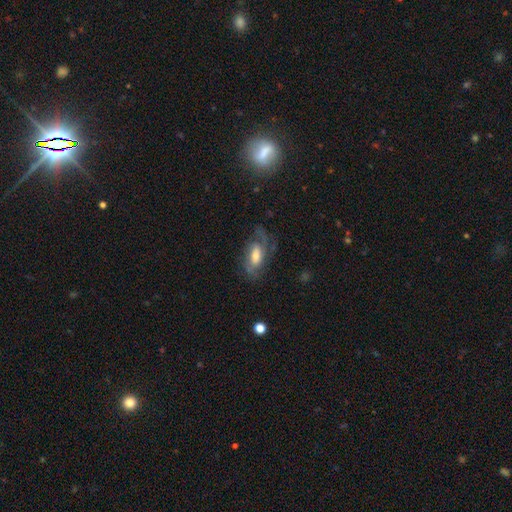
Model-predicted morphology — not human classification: type=featured or disk (65%); edge-on=no (91%); bar=no (47%); spiral arms=yes (85%); bulge=moderate (54%); merging=none (57%).